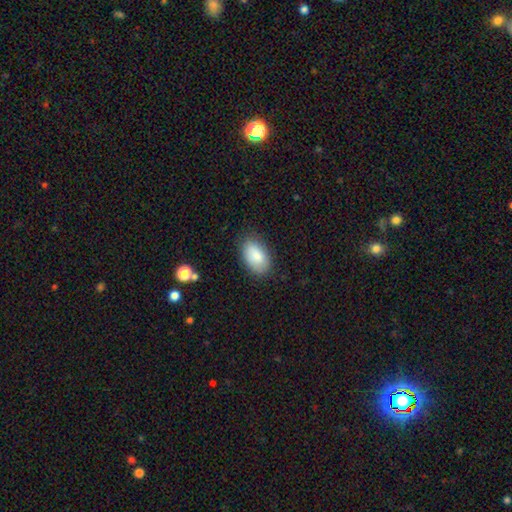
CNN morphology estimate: Smooth or featured? Predicted: smooth (p=0.84). How rounded? Predicted: in between (p=0.93). Merging? Predicted: none (p=0.78).